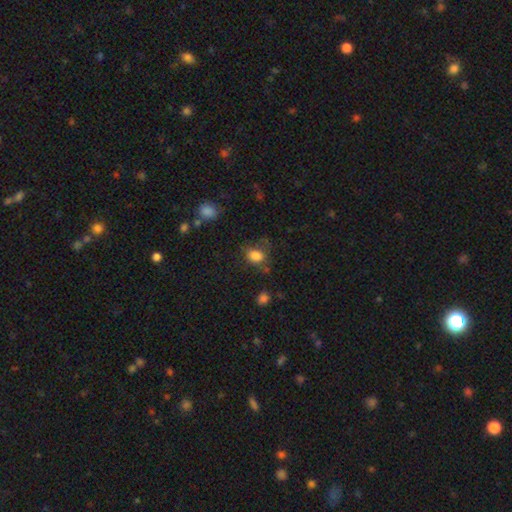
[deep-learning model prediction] smooth_or_featured: smooth (p=0.81) [alt: star or artifact p=0.11]
how_rounded: in between (p=0.60) [alt: round p=0.39]
merging: none (p=0.55) [alt: minor disturbance p=0.25]